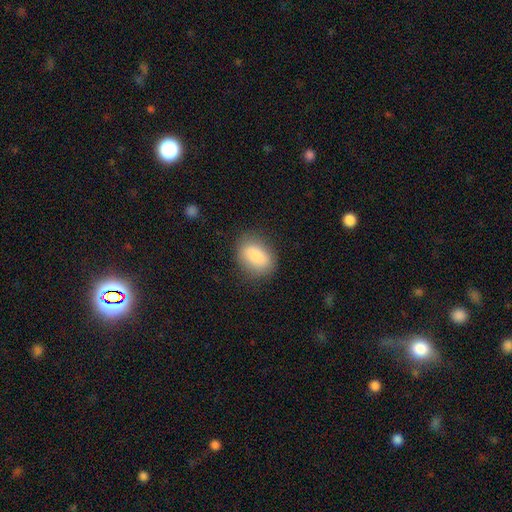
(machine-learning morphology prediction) This appears to be a smooth galaxy with no disk features (85%) that is in between round and cigar-shaped (78%). Merging: none (81%).